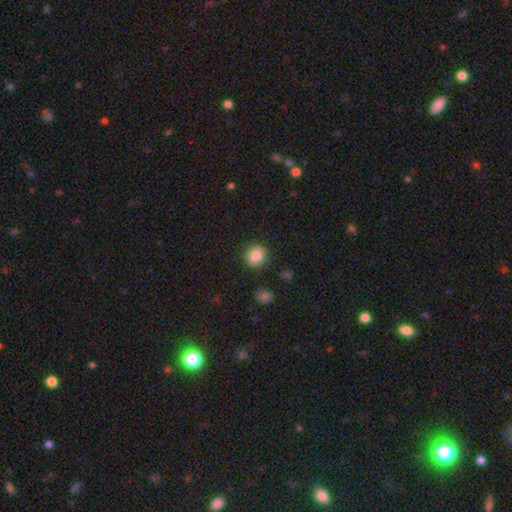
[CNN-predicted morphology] Overall: smooth (85%). How rounded: round (78%). Merging: none (89%).